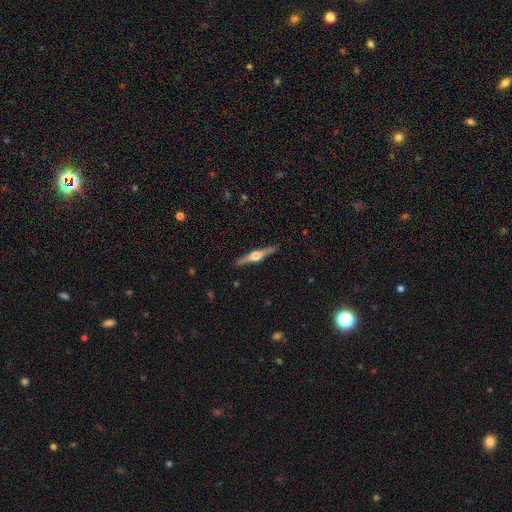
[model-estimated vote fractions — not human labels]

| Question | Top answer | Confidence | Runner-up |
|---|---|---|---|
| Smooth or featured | featured or disk | 78% | smooth (17%) |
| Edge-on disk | yes | 98% | no (2%) |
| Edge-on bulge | rounded | 93% | boxy (5%) |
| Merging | none | 91% | minor disturbance (7%) |